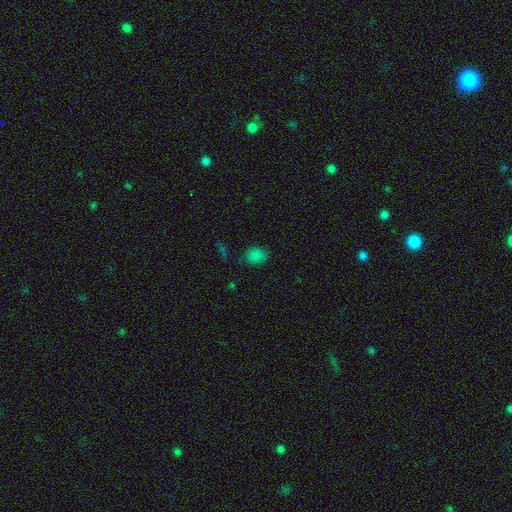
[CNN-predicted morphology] Overall: smooth (78%). How rounded: in between (52%; round 47%). Merging: none (75%).